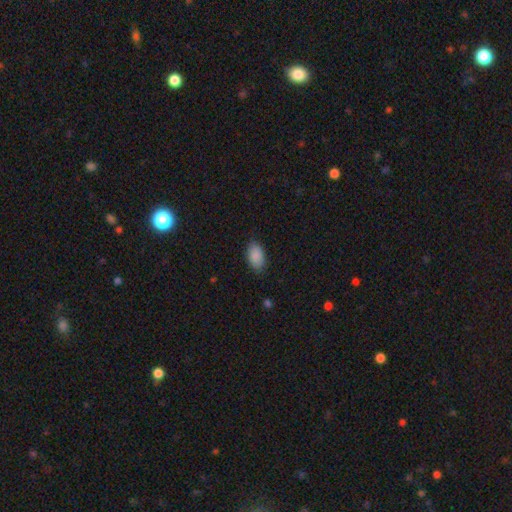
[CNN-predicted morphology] smooth_or_featured: smooth (p=0.89) [alt: star or artifact p=0.07]
how_rounded: in between (p=0.93) [alt: round p=0.05]
merging: none (p=0.84) [alt: minor disturbance p=0.13]